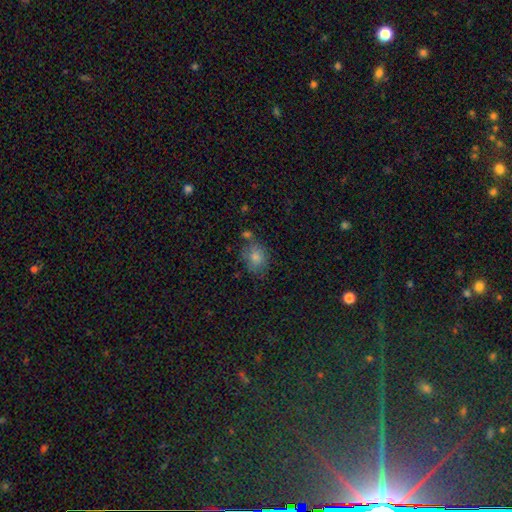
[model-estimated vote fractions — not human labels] Q: Smooth or featured?
A: smooth (76%); runner-up: star or artifact (13%)
Q: How rounded?
A: in between (50%); runner-up: round (49%)
Q: Merging?
A: none (69%); runner-up: minor disturbance (18%)